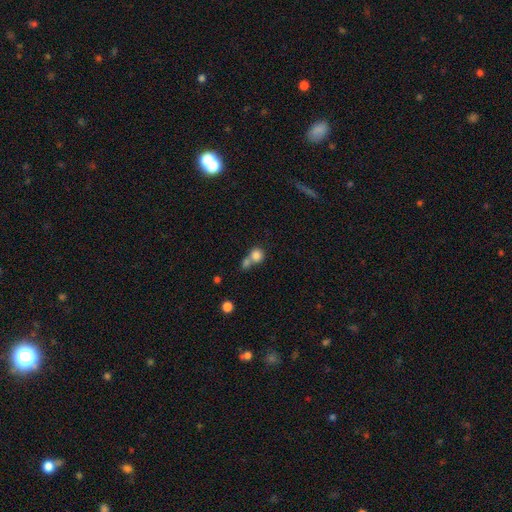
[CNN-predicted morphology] smooth_or_featured: smooth (p=0.81) [alt: star or artifact p=0.10]
how_rounded: round (p=0.85) [alt: in between p=0.14]
merging: merger (p=0.52) [alt: none p=0.37]